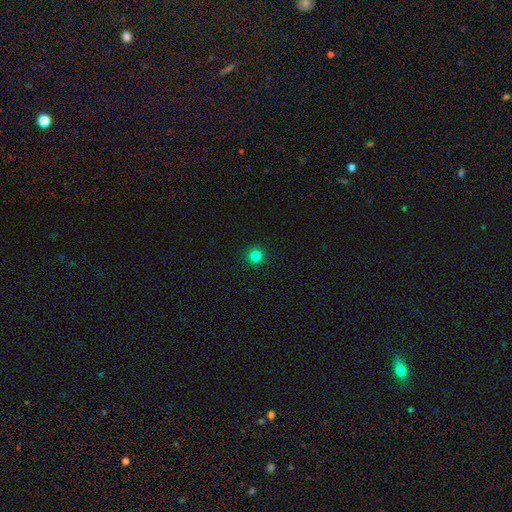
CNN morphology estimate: Smooth or featured?
  - smooth: 82% *
  - star or artifact: 13%
  - featured or disk: 4%
How rounded?
  - round: 95% *
  - in between: 4%
  - cigar-shaped: 1%
Merging?
  - none: 93% *
  - minor disturbance: 5%
  - major disturbance: 2%
  - merger: 1%